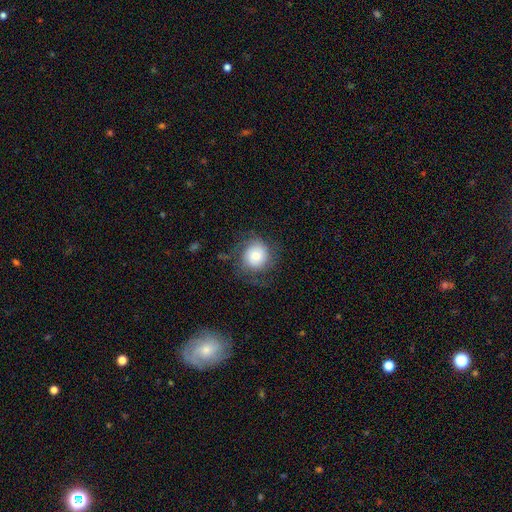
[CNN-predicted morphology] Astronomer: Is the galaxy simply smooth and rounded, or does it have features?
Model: smooth — 56% (runner-up: featured or disk, 35%).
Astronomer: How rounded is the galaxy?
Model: round — 89%.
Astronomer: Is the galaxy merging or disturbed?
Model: none — 66%.